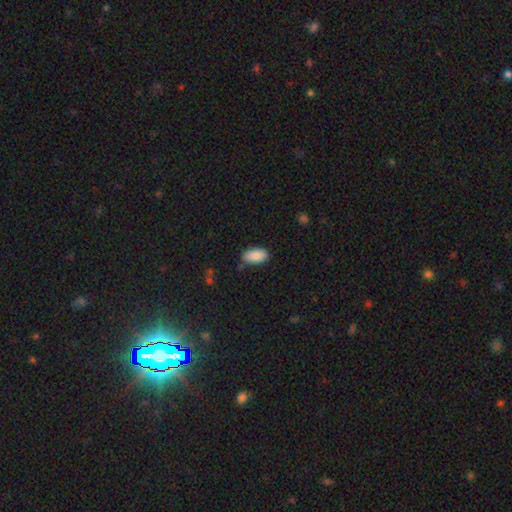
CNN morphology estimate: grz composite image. It shows a smooth galaxy with no disk features (89%) that is in between round and cigar-shaped (95%). Merging: none (80%).